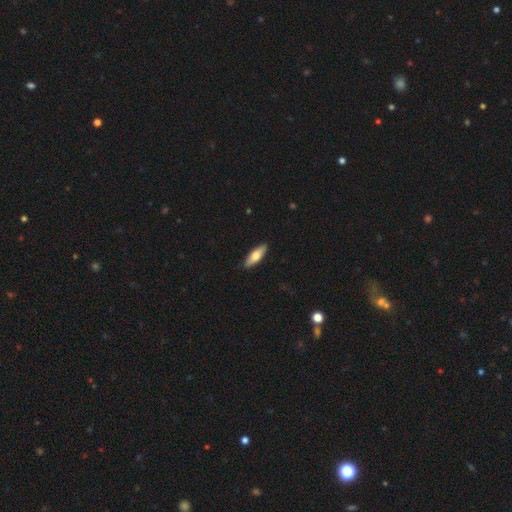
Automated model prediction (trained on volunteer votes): smooth_or_featured: smooth (p=0.67) [alt: featured or disk p=0.28]
how_rounded: in between (p=0.52) [alt: cigar-shaped p=0.46]
merging: none (p=0.89) [alt: minor disturbance p=0.08]